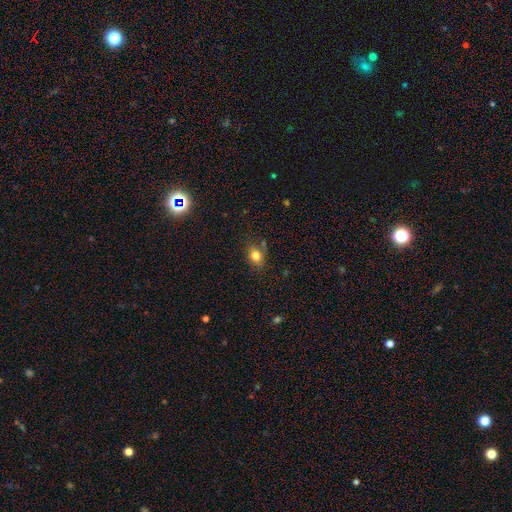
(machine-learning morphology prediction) smooth_or_featured: smooth (p=0.79) [alt: star or artifact p=0.12]
how_rounded: in between (p=0.51) [alt: round p=0.48]
merging: none (p=0.70) [alt: minor disturbance p=0.20]